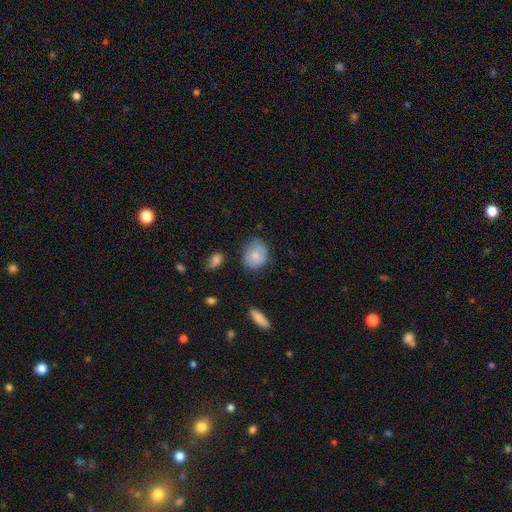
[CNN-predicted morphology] Smooth or featured? Predicted: smooth (p=0.78). How rounded? Predicted: round (p=0.57). Merging? Predicted: none (p=0.64).